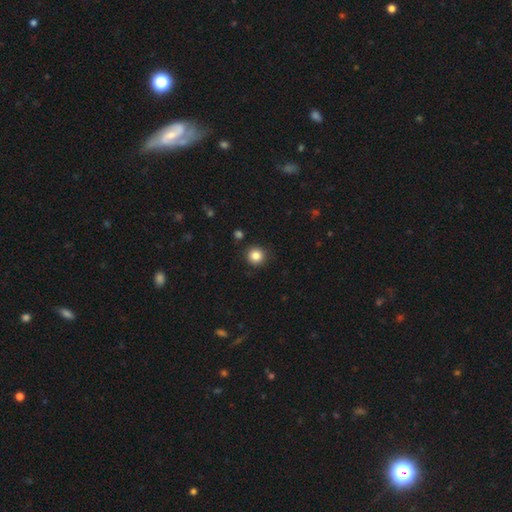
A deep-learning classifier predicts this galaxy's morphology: smooth 85%, star or artifact 11%, featured or disk 5%. Down the decision tree: how rounded — round (94%); merging — none (91%).